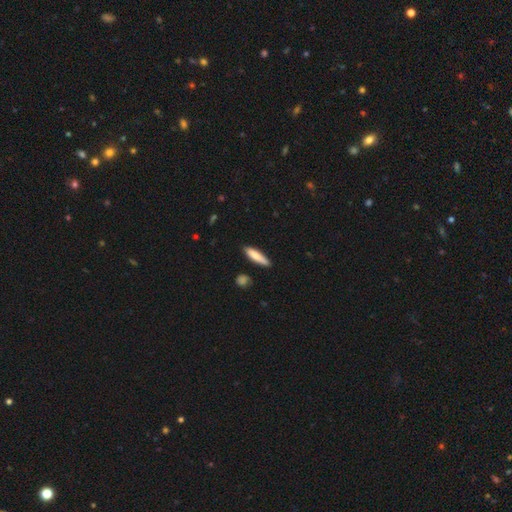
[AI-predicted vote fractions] Q: Smooth or featured?
A: smooth (78%); runner-up: featured or disk (16%)
Q: How rounded?
A: cigar-shaped (80%); runner-up: in between (18%)
Q: Merging?
A: none (83%); runner-up: minor disturbance (12%)